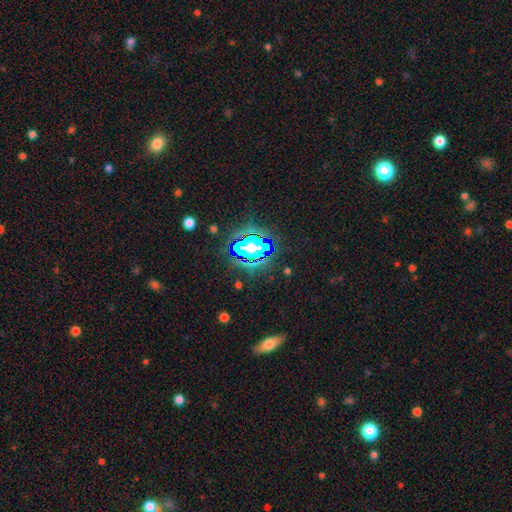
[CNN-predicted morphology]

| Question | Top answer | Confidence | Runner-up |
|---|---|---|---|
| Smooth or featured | star or artifact | 74% | smooth (16%) |